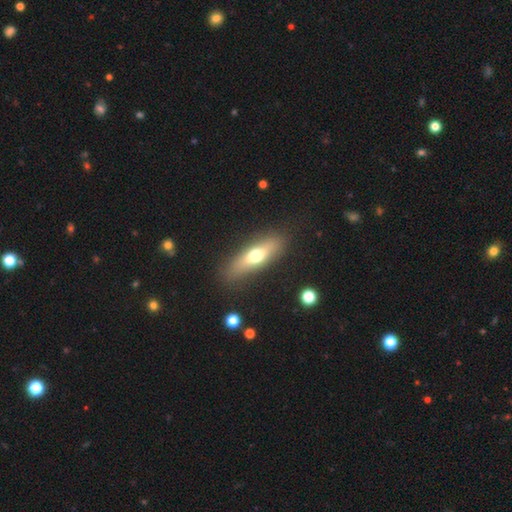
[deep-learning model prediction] Smooth or featured?
  - smooth: 56% *
  - featured or disk: 37%
  - star or artifact: 7%
How rounded?
  - cigar-shaped: 55% *
  - in between: 42%
  - round: 3%
Merging?
  - none: 85% *
  - minor disturbance: 10%
  - major disturbance: 3%
  - merger: 2%